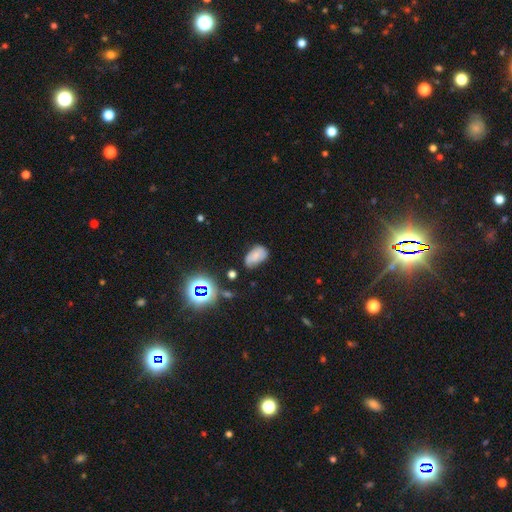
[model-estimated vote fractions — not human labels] This is likely a smooth galaxy (63%). How rounded: clearly in between (90%). Merging: possibly none (50%).